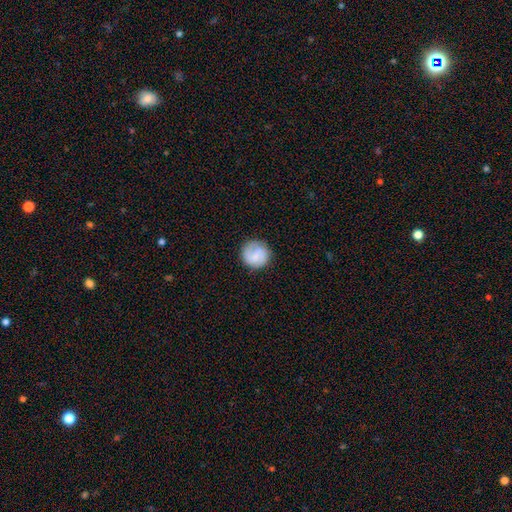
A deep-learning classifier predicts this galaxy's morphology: Smooth or featured: smooth — 66% (featured or disk — 27%)
How rounded: round — 91% (in between — 8%)
Merging: none — 80% (minor disturbance — 14%)